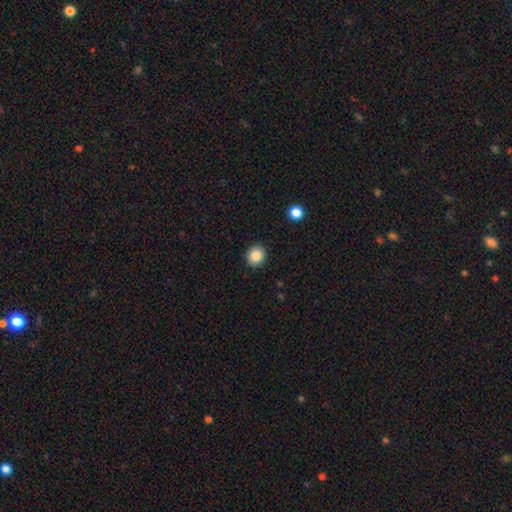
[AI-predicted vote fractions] Smooth or featured? smooth (86%)
How rounded? round (69%)
Merging? none (91%)